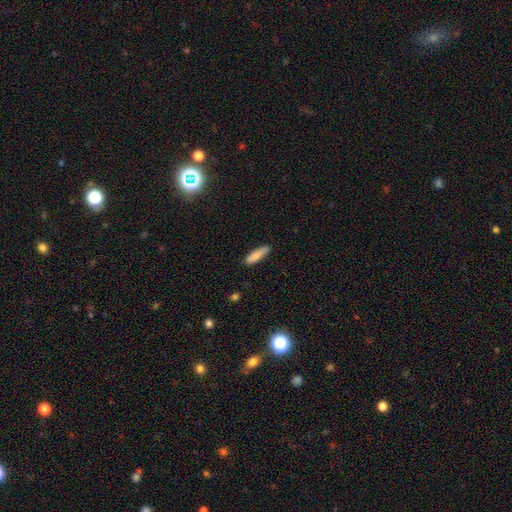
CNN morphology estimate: A smooth galaxy with no disk features (84%) that is cigar-shaped (56%).

Vote fractions:
- Smooth or featured? smooth: 84% / featured or disk: 9% / star or artifact: 7%
- How rounded? cigar-shaped: 56% / in between: 42% / round: 2%
- Merging? none: 83% / minor disturbance: 13% / major disturbance: 2% / merger: 1%